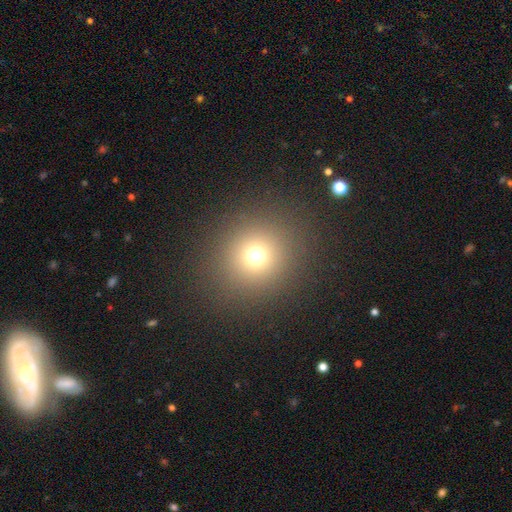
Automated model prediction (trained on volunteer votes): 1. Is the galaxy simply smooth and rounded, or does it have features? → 69% smooth, 22% star or artifact, 9% featured or disk.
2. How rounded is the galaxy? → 91% round, 8% in between, 1% cigar-shaped.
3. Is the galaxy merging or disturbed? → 89% none, 6% minor disturbance, 4% major disturbance, 1% merger.